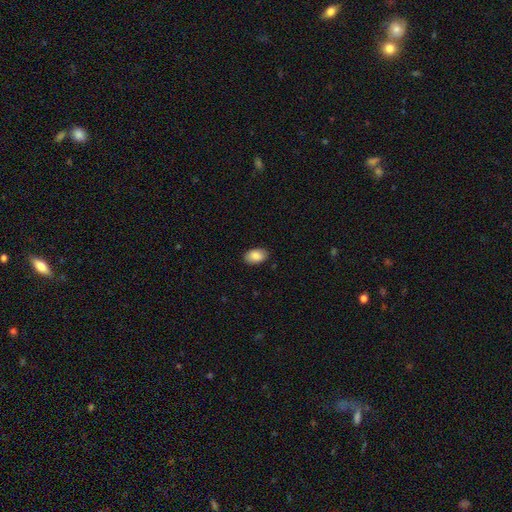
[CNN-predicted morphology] A smooth galaxy with no disk features (87%) that is in between round and cigar-shaped (91%). Merging: none (87%).